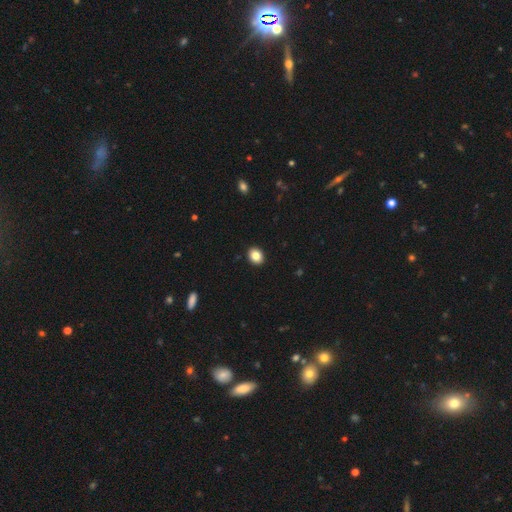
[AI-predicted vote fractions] This appears to be a smooth galaxy with no disk features (85%) that is round (55%). Merging: none (92%).